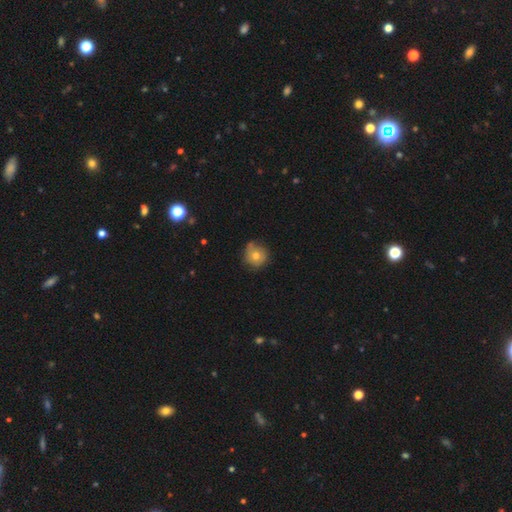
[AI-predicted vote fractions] Smooth or featured? smooth (69%)
How rounded? round (90%)
Merging? none (67%)